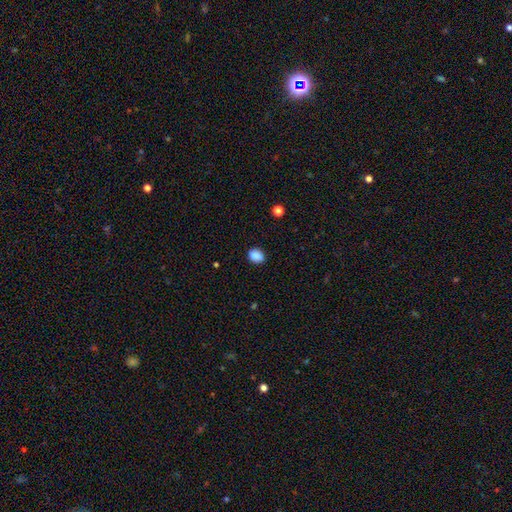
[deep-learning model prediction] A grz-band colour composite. It shows a smooth galaxy with no disk features (88%) that is in between round and cigar-shaped (55%). Merging: none (83%).